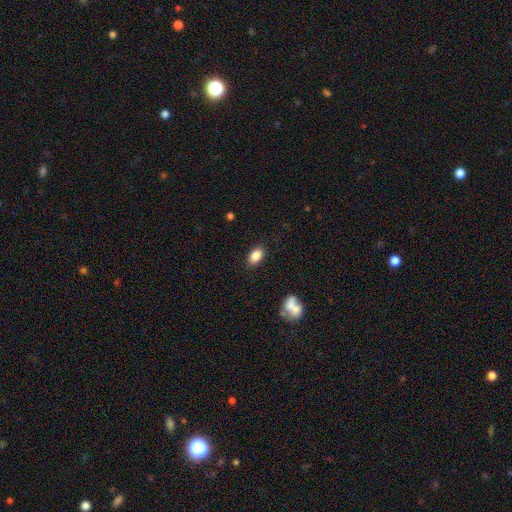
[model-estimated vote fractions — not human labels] smooth_or_featured: smooth (p=0.86) [alt: star or artifact p=0.08]
how_rounded: in between (p=0.87) [alt: round p=0.11]
merging: none (p=0.86) [alt: minor disturbance p=0.10]